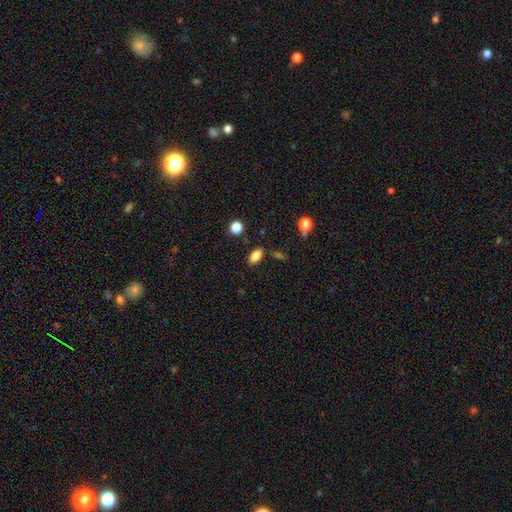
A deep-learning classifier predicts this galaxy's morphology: Smooth or featured? smooth (82%)
How rounded? in between (88%)
Merging? none (83%)